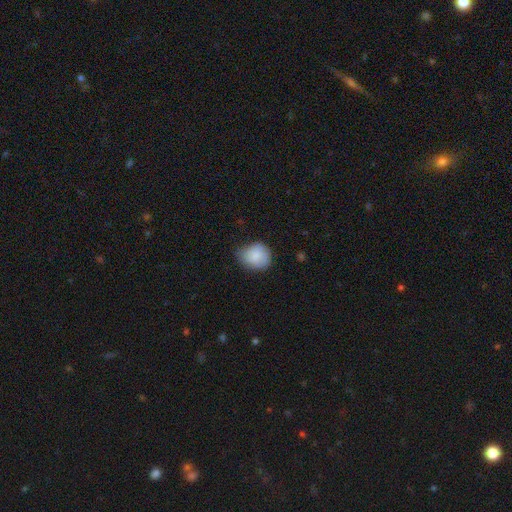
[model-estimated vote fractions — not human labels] A smooth galaxy with no disk features (83%) that is round (64%).

Vote fractions:
- Smooth or featured? smooth: 83% / featured or disk: 10% / star or artifact: 7%
- How rounded? round: 64% / in between: 35% / cigar-shaped: 1%
- Merging? none: 57% / minor disturbance: 35% / major disturbance: 7% / merger: 1%